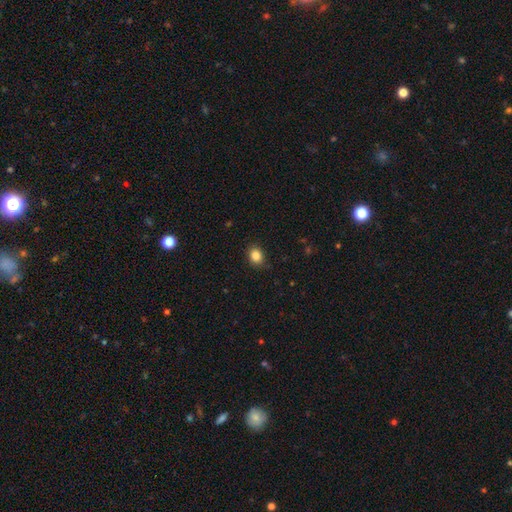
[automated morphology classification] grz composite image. It shows a smooth galaxy with no disk features (86%) that is in between round and cigar-shaped (53%). Merging: none (86%).